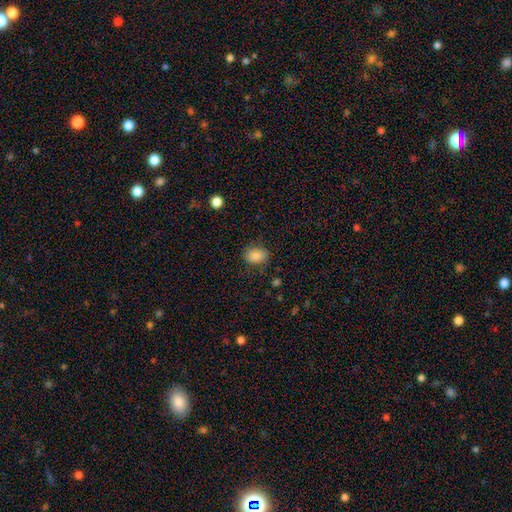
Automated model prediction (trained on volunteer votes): Morphology: type=smooth (85%); roundness=in between (66%); merging=none (79%).